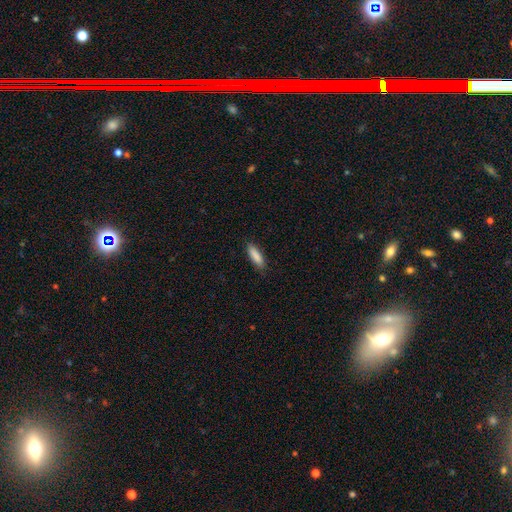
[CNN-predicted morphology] The model was most divided on "how rounded": cigar-shaped: 57%, in between: 41%, round: 2%. More confident: smooth or featured — smooth (88%); merging — none (86%).